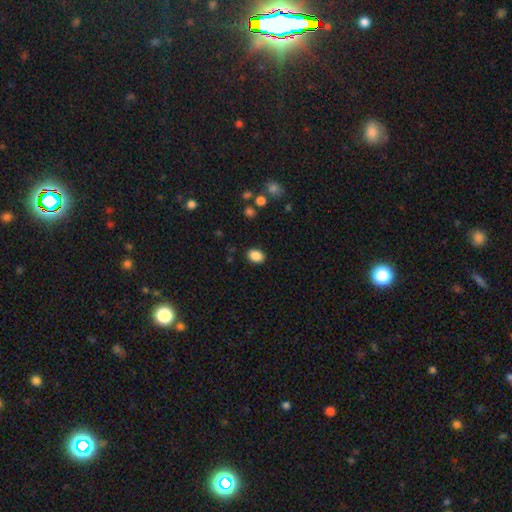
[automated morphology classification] Smooth or featured: smooth — 88% (star or artifact — 9%)
How rounded: in between — 75% (round — 24%)
Merging: none — 87% (minor disturbance — 9%)